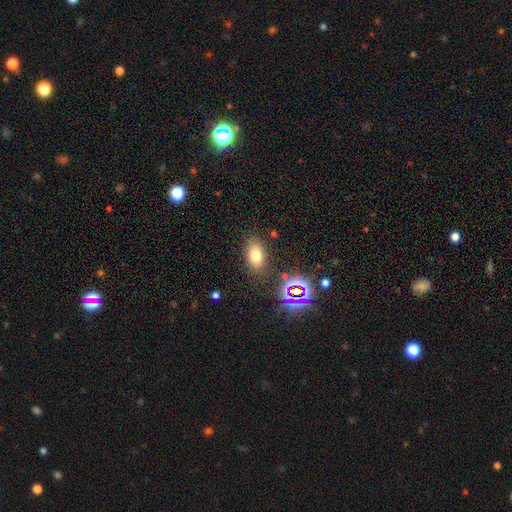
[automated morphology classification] Smooth or featured?
  - smooth: 71% *
  - star or artifact: 18%
  - featured or disk: 11%
How rounded?
  - in between: 87% *
  - round: 11%
  - cigar-shaped: 2%
Merging?
  - none: 82% *
  - minor disturbance: 11%
  - major disturbance: 4%
  - merger: 3%